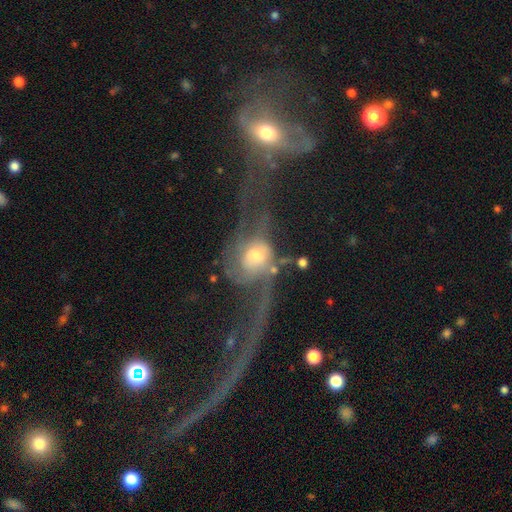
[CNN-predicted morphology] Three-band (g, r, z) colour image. It shows a featured or disk galaxy (70%) with no bar (71%), spiral arms (75%) and a moderate central bulge (57%). Merging: major disturbance (59%).